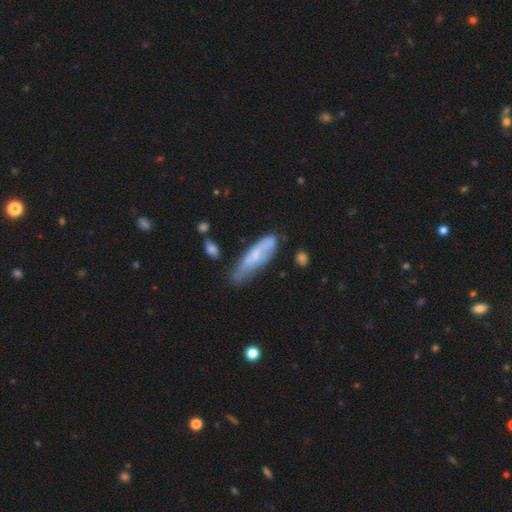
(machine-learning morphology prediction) The model was most divided on "merging": none: 44%, minor disturbance: 35%, major disturbance: 15%, merger: 7%. More confident: how rounded — cigar-shaped (60%); smooth or featured — smooth (55%).